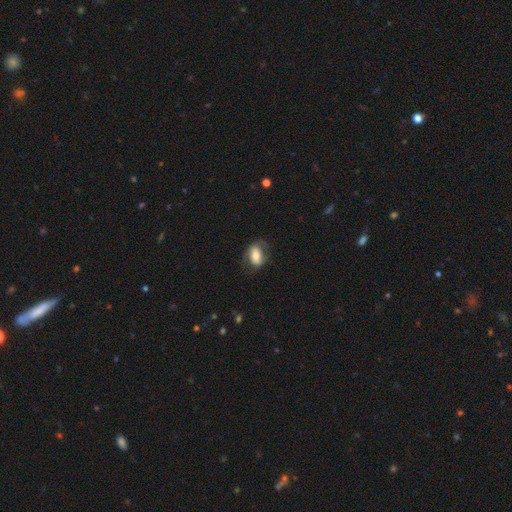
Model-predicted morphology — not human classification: Q: Smooth or featured?
A: smooth (58%); runner-up: featured or disk (35%)
Q: How rounded?
A: in between (83%); runner-up: round (14%)
Q: Merging?
A: none (64%); runner-up: minor disturbance (23%)